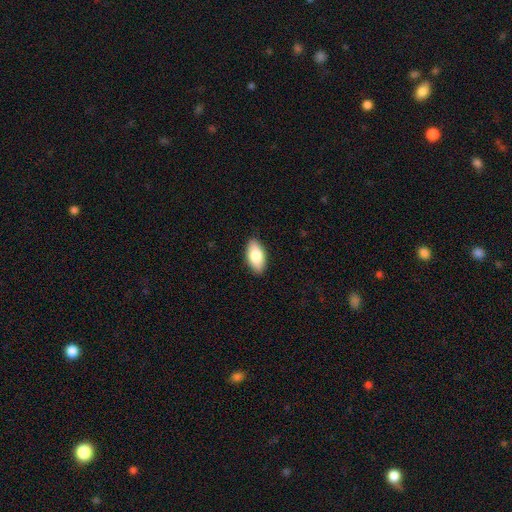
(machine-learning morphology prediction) A smooth galaxy with no disk features (80%) that is in between round and cigar-shaped (92%). Merging: none (88%).